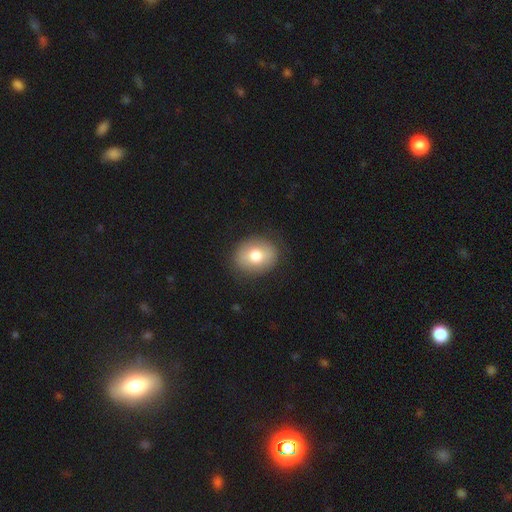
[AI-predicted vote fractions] Smooth or featured?
  - smooth: 75% *
  - featured or disk: 18%
  - star or artifact: 8%
How rounded?
  - round: 50% *
  - in between: 49%
  - cigar-shaped: 1%
Merging?
  - none: 86% *
  - minor disturbance: 10%
  - major disturbance: 3%
  - merger: 1%